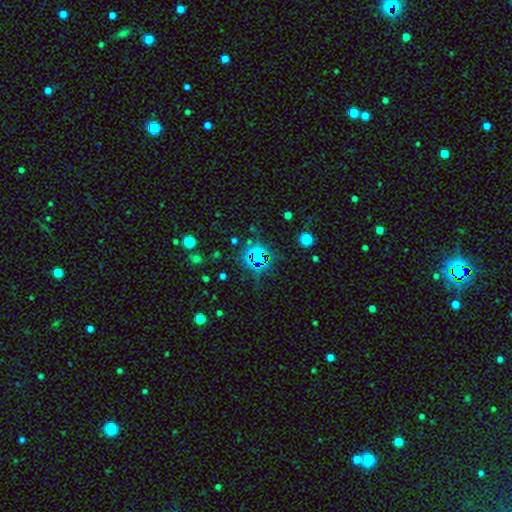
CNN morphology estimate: This is likely a star or artifact rather than a galaxy (70%).